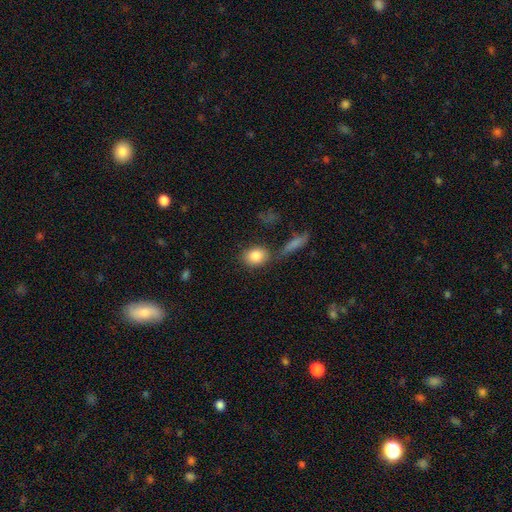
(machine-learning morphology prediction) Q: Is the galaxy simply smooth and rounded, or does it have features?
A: smooth — 84%.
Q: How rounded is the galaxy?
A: in between — 58%.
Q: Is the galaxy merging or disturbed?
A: none — 71%.